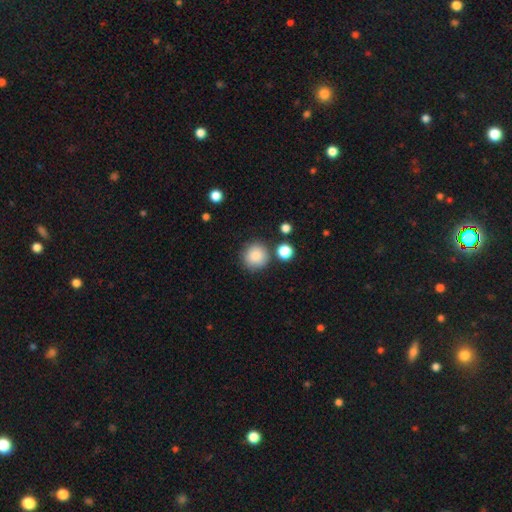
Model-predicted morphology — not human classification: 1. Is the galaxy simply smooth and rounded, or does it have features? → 86% smooth, 9% star or artifact, 5% featured or disk.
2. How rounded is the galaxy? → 93% round, 6% in between, 1% cigar-shaped.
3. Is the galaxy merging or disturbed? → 82% none, 9% minor disturbance, 6% merger, 3% major disturbance.